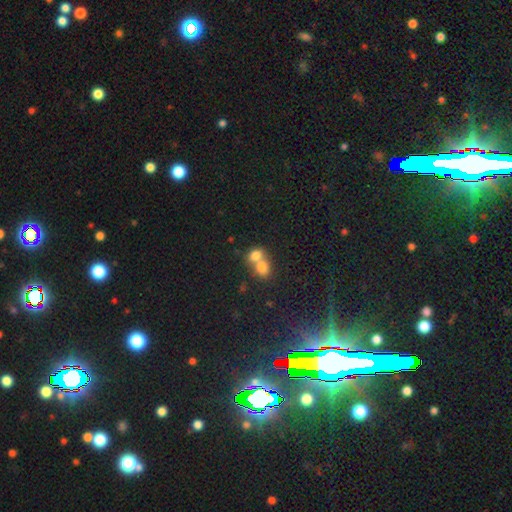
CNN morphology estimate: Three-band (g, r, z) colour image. It shows a smooth galaxy with no disk features (76%) that is in between round and cigar-shaped (53%). Merging: merger (71%).